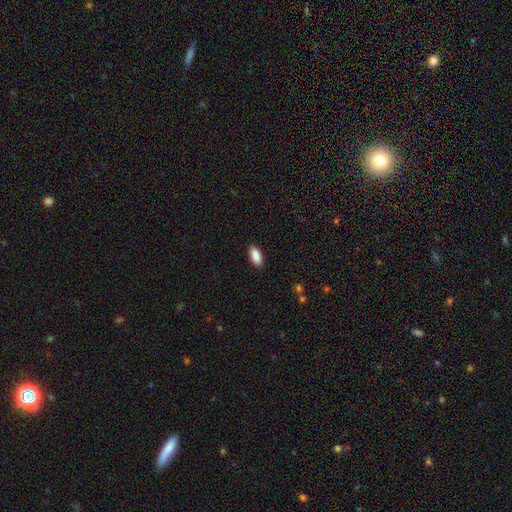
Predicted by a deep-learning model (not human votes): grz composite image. It shows a smooth galaxy with no disk features (89%) that is in between round and cigar-shaped (88%). Merging: none (89%).